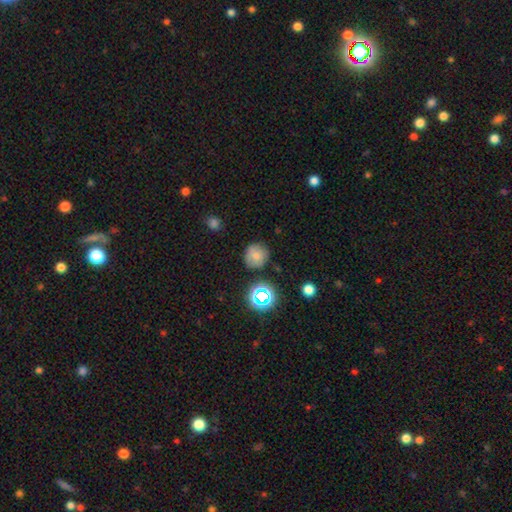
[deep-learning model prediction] Smooth or featured? smooth (73%)
How rounded? round (91%)
Merging? none (79%)